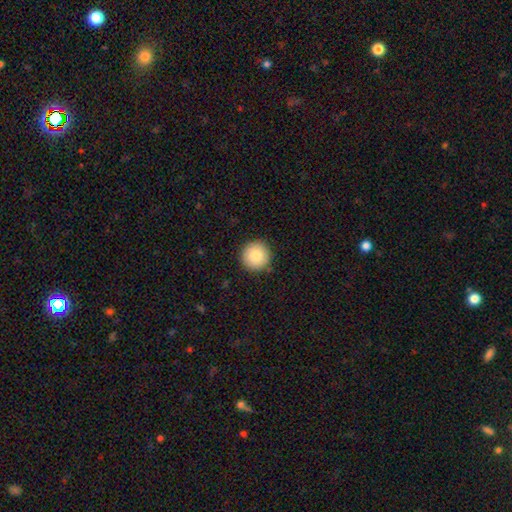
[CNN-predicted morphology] A smooth galaxy with no disk features (84%) that is round (96%).

Vote fractions:
- Smooth or featured? smooth: 84% / star or artifact: 8% / featured or disk: 8%
- How rounded? round: 96% / in between: 3% / cigar-shaped: 1%
- Merging? none: 90% / minor disturbance: 7% / major disturbance: 2% / merger: 1%